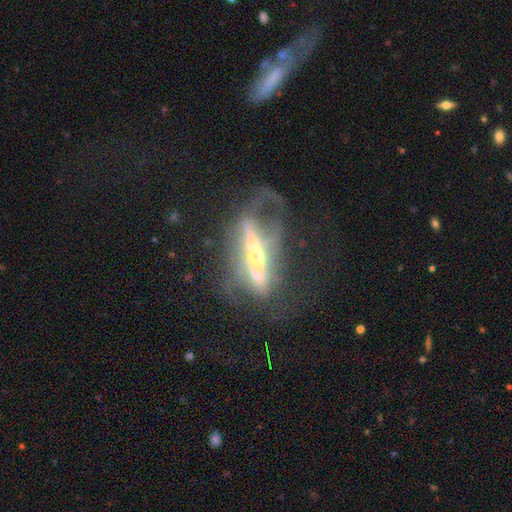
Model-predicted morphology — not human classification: This appears to be a featured or disk galaxy (70%) viewed edge-on (51%). Merging: major disturbance (49%).